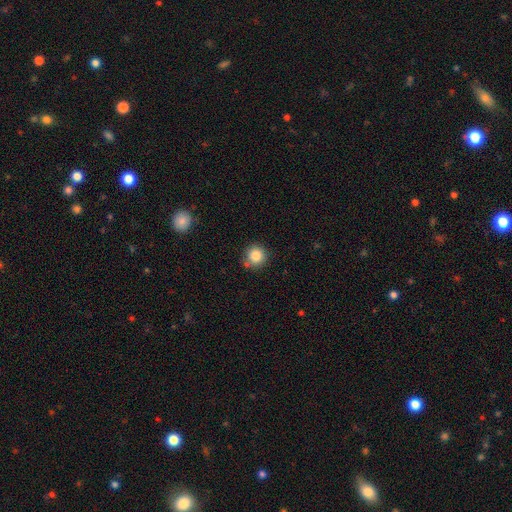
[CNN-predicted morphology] Overall: smooth (84%). How rounded: round (94%). Merging: none (80%).